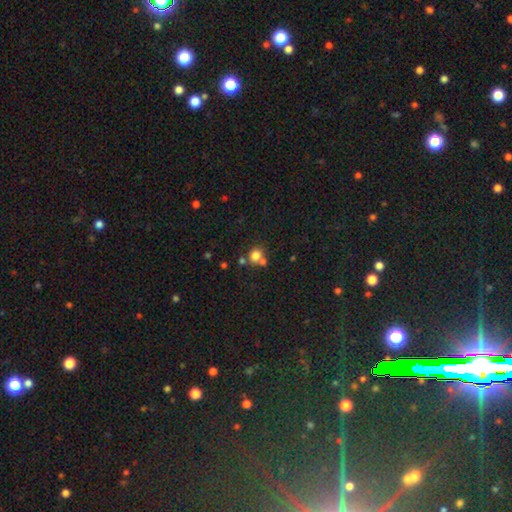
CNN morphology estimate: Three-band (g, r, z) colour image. It shows a smooth galaxy with no disk features (77%) that is round (80%). Merging: none (55%).